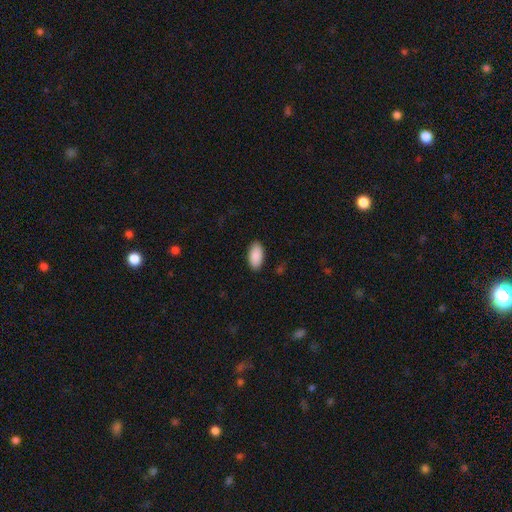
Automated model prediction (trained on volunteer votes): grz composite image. It shows a smooth galaxy with no disk features (91%) that is in between round and cigar-shaped (95%). Merging: none (89%).